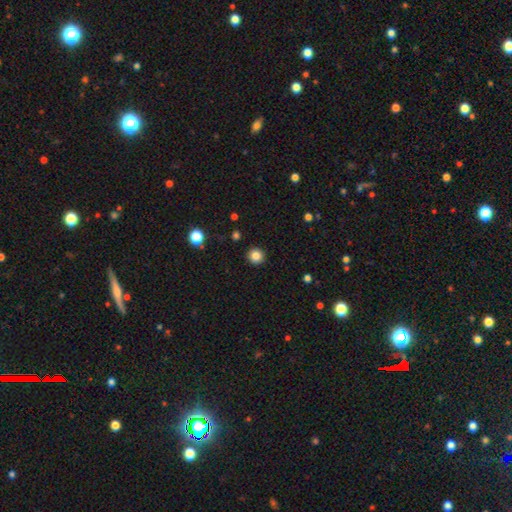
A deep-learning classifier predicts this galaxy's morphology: Q: Smooth or featured?
A: smooth (85%); runner-up: star or artifact (11%)
Q: How rounded?
A: round (94%); runner-up: in between (5%)
Q: Merging?
A: none (92%); runner-up: minor disturbance (5%)